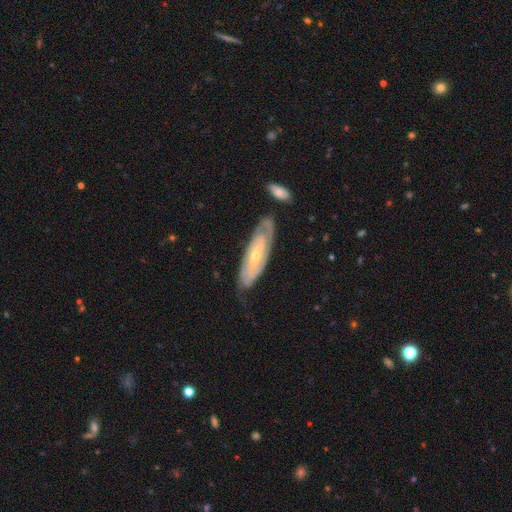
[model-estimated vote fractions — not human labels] A featured or disk galaxy (75%) with no bar (64%), tight (70%) spiral arms (86%) and a small central bulge (67%).

Vote fractions:
- Smooth or featured? featured or disk: 75% / smooth: 20% / star or artifact: 6%
- Edge-on disk? no: 83% / yes: 17%
- Bar? no: 64% / weak: 27% / strong: 9%
- Spiral arms? yes: 86% / no: 14%
- Spiral winding? tight: 70% / medium: 23% / loose: 7%
- Spiral arm count? can't tell: 47% / 2: 39% / 3: 5% / 1: 5% / 4: 3% / more than 4: 2%
- Bulge size? small: 67% / moderate: 30% / large: 1% / none: 1% / dominant: 1%
- Merging? none: 66% / minor disturbance: 22% / major disturbance: 8% / merger: 4%